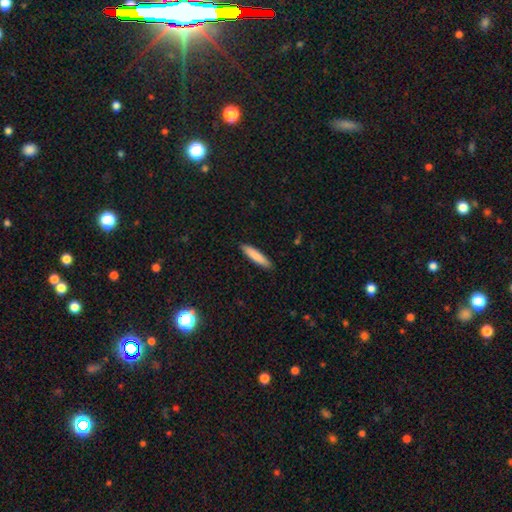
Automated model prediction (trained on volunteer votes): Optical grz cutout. It shows a smooth galaxy with no disk features (84%) that is cigar-shaped (84%). Merging: none (89%).